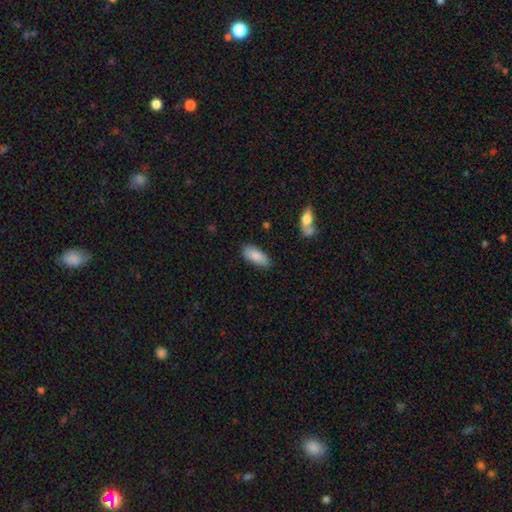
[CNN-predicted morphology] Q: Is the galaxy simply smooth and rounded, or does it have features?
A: smooth — 86%.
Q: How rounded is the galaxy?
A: in between — 85%.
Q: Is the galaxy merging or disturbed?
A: none — 80%.